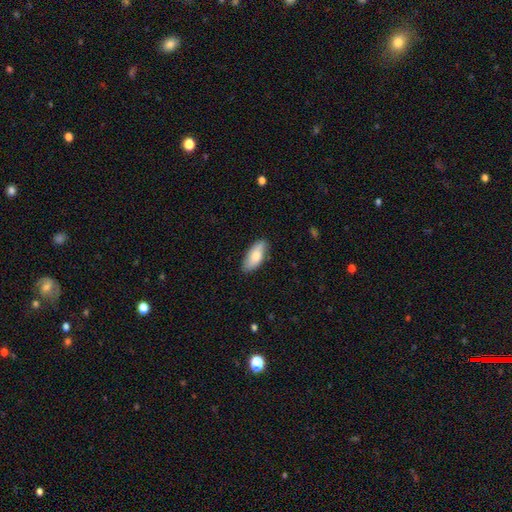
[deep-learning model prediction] smooth 78%, featured or disk 16%, star or artifact 6%. Down the decision tree: how rounded — in between (85%); merging — none (82%).